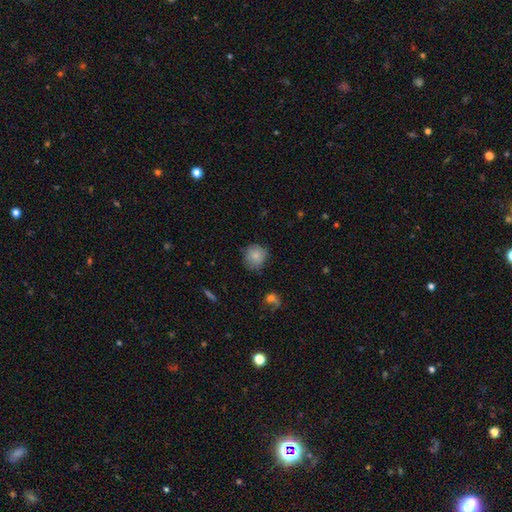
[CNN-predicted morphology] smooth_or_featured: smooth (p=0.79) [alt: featured or disk p=0.12]
how_rounded: round (p=0.86) [alt: in between p=0.13]
merging: none (p=0.71) [alt: minor disturbance p=0.23]